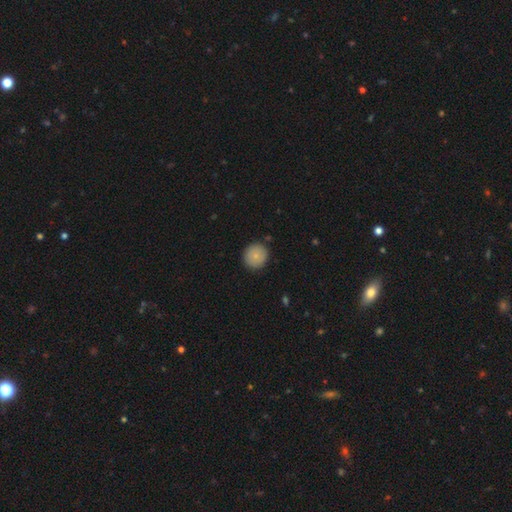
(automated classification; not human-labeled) Smooth or featured: smooth — 82% (featured or disk — 10%)
How rounded: round — 91% (in between — 8%)
Merging: none — 89% (minor disturbance — 8%)